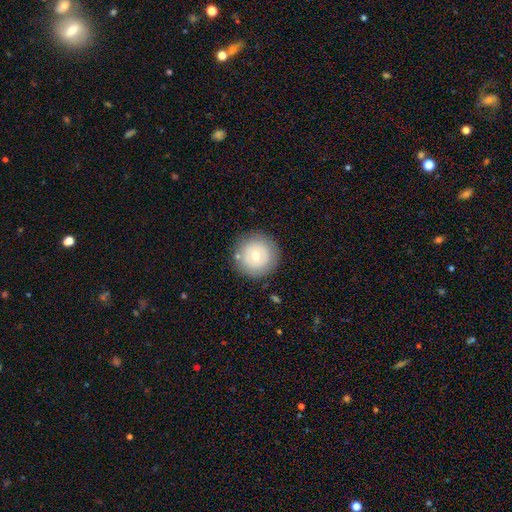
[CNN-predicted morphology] type=smooth (54%); roundness=round (96%); merging=none (86%).